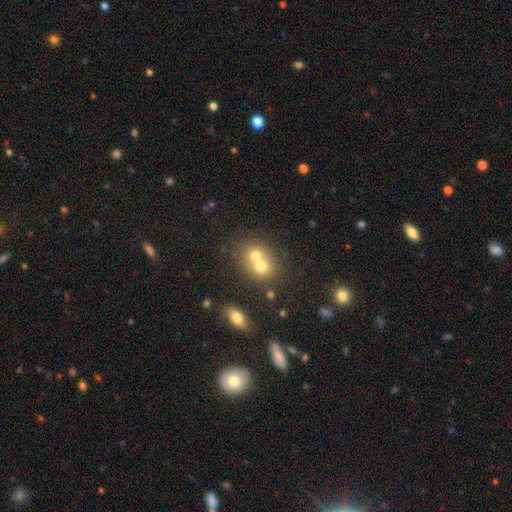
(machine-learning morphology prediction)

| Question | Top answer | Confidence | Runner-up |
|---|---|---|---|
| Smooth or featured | smooth | 67% | featured or disk (20%) |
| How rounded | round | 71% | in between (28%) |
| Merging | merger | 65% | none (27%) |